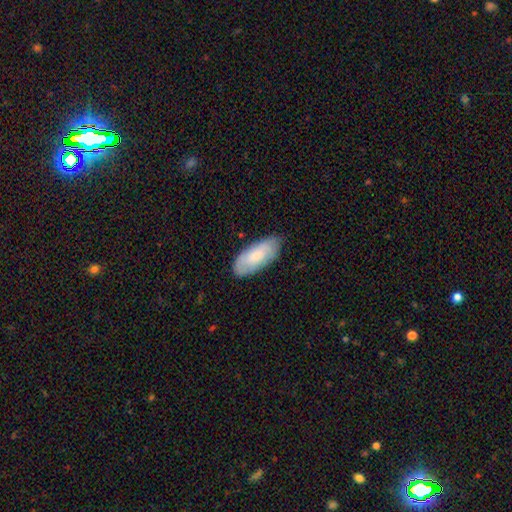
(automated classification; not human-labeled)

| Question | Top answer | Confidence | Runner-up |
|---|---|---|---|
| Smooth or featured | smooth | 73% | featured or disk (22%) |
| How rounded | in between | 88% | cigar-shaped (10%) |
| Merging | none | 76% | minor disturbance (19%) |